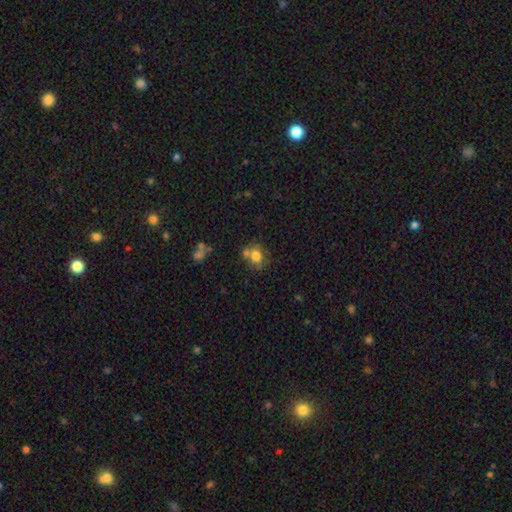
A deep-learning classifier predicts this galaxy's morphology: This appears to be a smooth galaxy with no disk features (74%) that is round (64%). Merging: none (49%).